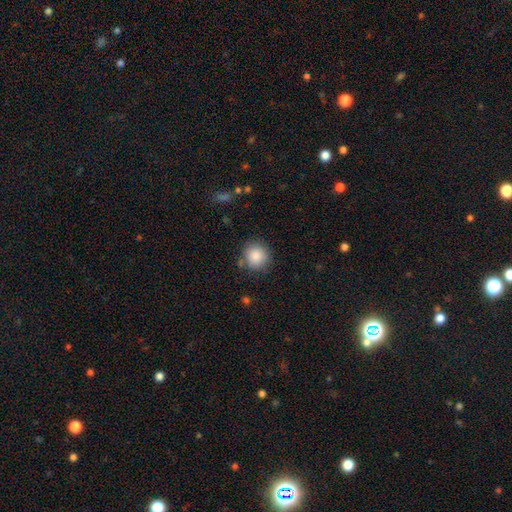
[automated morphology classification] A smooth galaxy with no disk features (85%) that is round (90%).

Vote fractions:
- Smooth or featured? smooth: 85% / star or artifact: 9% / featured or disk: 6%
- How rounded? round: 90% / in between: 9% / cigar-shaped: 1%
- Merging? none: 81% / minor disturbance: 11% / merger: 4% / major disturbance: 3%